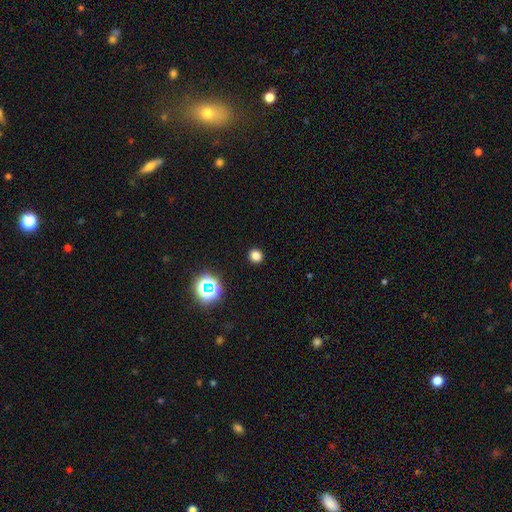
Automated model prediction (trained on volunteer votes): Smooth or featured?
  - smooth: 78% *
  - star or artifact: 18%
  - featured or disk: 4%
How rounded?
  - round: 85% *
  - in between: 14%
  - cigar-shaped: 1%
Merging?
  - none: 92% *
  - minor disturbance: 5%
  - major disturbance: 2%
  - merger: 1%